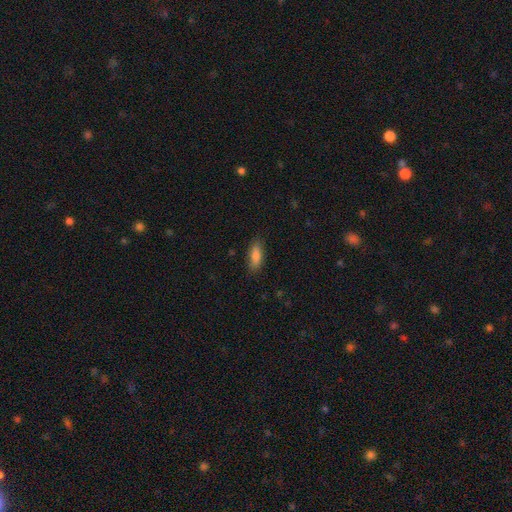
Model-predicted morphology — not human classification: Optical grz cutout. It shows a smooth galaxy with no disk features (85%) that is in between round and cigar-shaped (70%). Merging: none (84%).